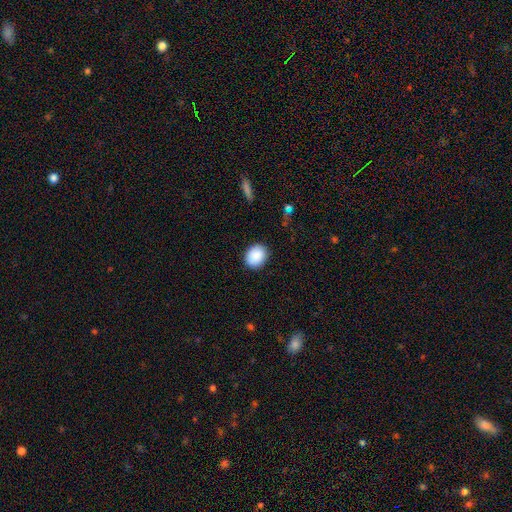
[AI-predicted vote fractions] A smooth galaxy with no disk features (89%) that is round (58%).

Vote fractions:
- Smooth or featured? smooth: 89% / star or artifact: 7% / featured or disk: 4%
- How rounded? round: 58% / in between: 41% / cigar-shaped: 1%
- Merging? none: 87% / minor disturbance: 9% / major disturbance: 2% / merger: 1%